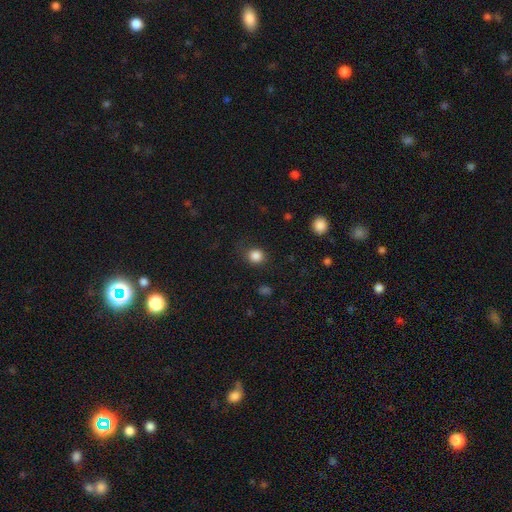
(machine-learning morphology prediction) This is clearly a smooth galaxy (84%). How rounded: clearly round (85%). Merging: clearly none (81%).